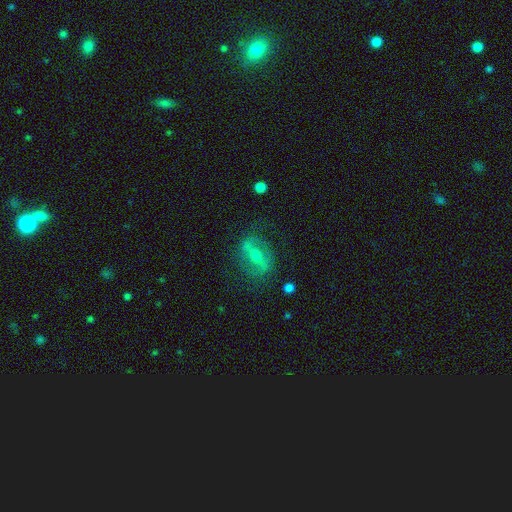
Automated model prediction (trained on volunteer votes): Smooth or featured? featured or disk (69%)
Edge-on disk? no (90%)
Bar? strong (50%)
Spiral arms? yes (72%)
Bulge size? moderate (50%)
Merging? none (73%)